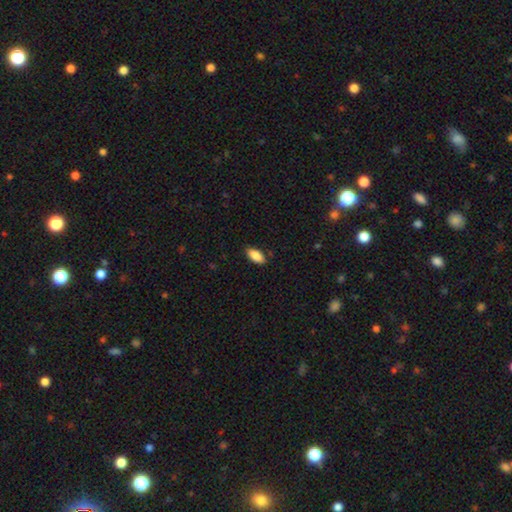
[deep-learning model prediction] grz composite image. It shows a smooth galaxy with no disk features (89%) that is in between round and cigar-shaped (90%). Merging: none (86%).